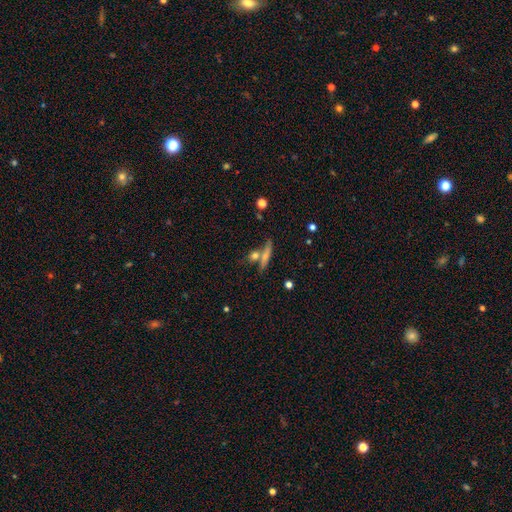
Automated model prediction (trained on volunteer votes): Smooth or featured? Predicted: smooth (p=0.57). How rounded? Predicted: cigar-shaped (p=0.64). Merging? Predicted: none (p=0.63).